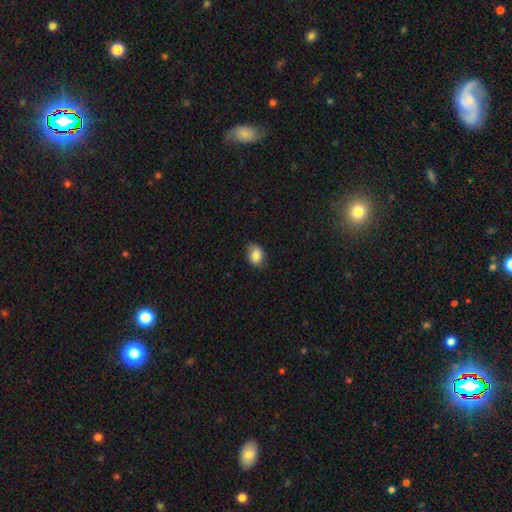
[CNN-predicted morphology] Smooth or featured? Predicted: smooth (p=0.86). How rounded? Predicted: in between (p=0.64). Merging? Predicted: none (p=0.75).